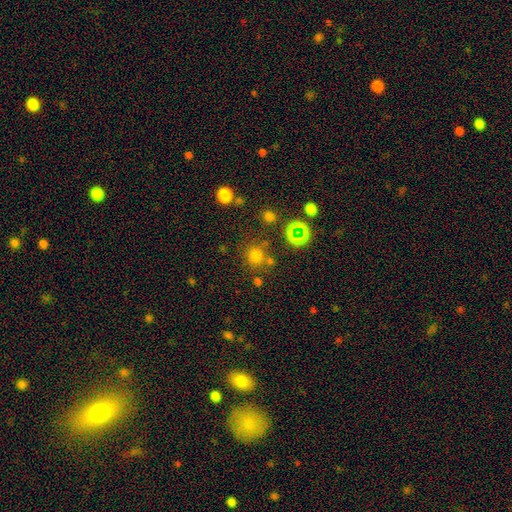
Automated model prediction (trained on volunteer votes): Smooth or featured: smooth — 68% (star or artifact — 25%)
How rounded: round — 88% (in between — 10%)
Merging: none — 73% (minor disturbance — 11%)